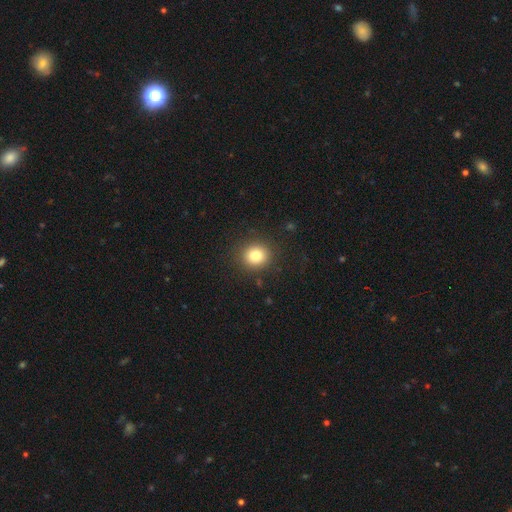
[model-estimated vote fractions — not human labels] Morphology: type=smooth (81%); roundness=round (85%); merging=none (89%).